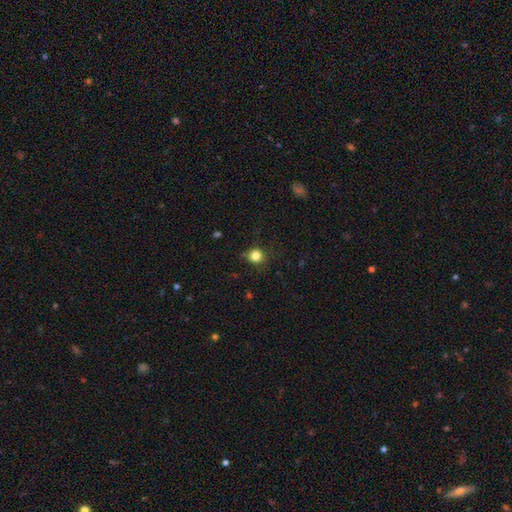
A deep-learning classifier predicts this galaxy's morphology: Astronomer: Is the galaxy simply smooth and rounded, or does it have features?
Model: smooth — 83%.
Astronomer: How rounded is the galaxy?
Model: round — 88%.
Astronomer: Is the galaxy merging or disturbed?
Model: none — 79%.